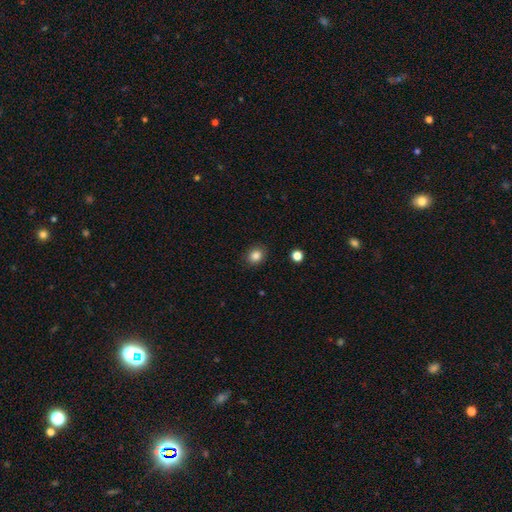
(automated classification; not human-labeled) Smooth or featured: smooth — 85% (star or artifact — 11%)
How rounded: round — 67% (in between — 33%)
Merging: none — 88% (minor disturbance — 8%)